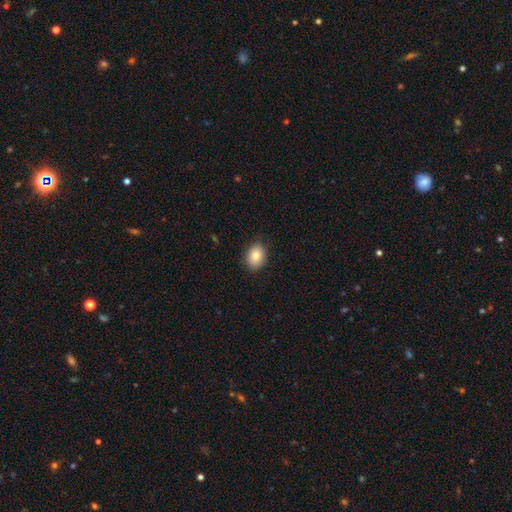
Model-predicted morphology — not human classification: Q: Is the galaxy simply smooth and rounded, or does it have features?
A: smooth — 84%.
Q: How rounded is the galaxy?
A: in between — 66%.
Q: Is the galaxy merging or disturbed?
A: none — 86%.